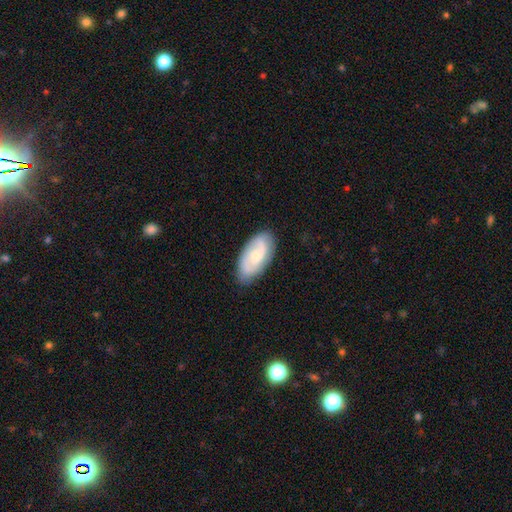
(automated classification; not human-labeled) smooth_or_featured: featured or disk (p=0.58) [alt: smooth p=0.36]
disk_edge_on: no (p=0.94) [alt: yes p=0.06]
bar: no (p=0.63) [alt: weak p=0.32]
has_spiral_arms: yes (p=0.85) [alt: no p=0.15]
bulge_size: small (p=0.50) [alt: moderate p=0.42]
merging: none (p=0.80) [alt: minor disturbance p=0.16]